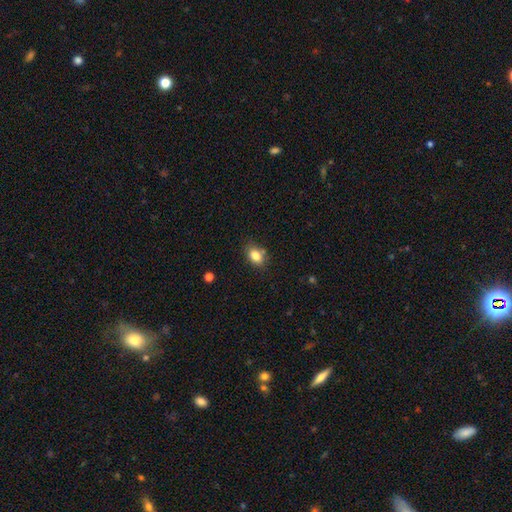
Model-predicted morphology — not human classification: smooth-or-featured: smooth: 82% | star or artifact: 9% | featured or disk: 8%
  how-rounded: in between: 77% | round: 22% | cigar-shaped: 1%
  merging: none: 77% | minor disturbance: 15% | merger: 5% | major disturbance: 3%